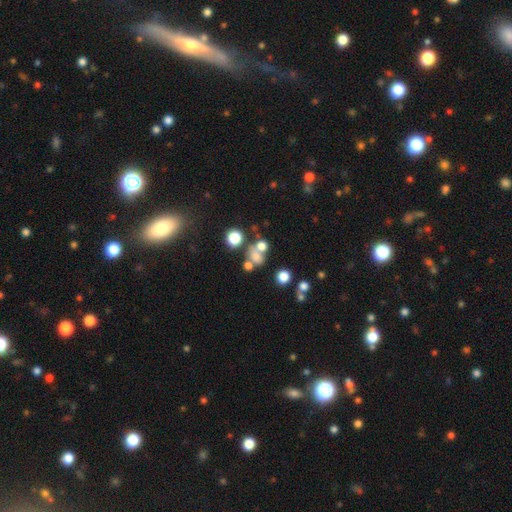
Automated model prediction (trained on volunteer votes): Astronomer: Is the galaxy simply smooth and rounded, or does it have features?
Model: smooth — 60%.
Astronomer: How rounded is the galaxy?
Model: round — 59% (runner-up: in between, 40%).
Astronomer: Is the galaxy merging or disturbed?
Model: merger — 40% (runner-up: none, 38%).